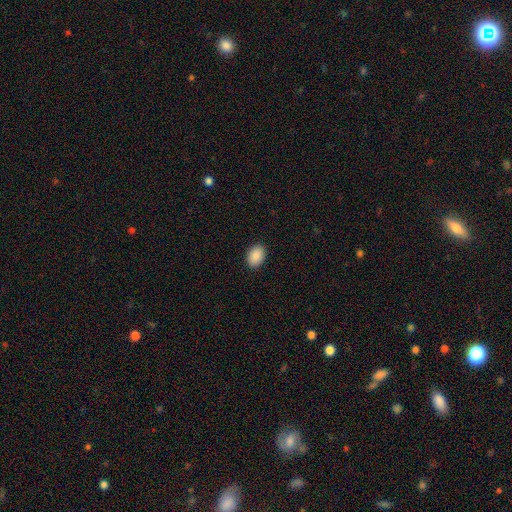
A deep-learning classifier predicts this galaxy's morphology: A smooth galaxy with no disk features (90%) that is in between round and cigar-shaped (80%).

Vote fractions:
- Smooth or featured? smooth: 90% / star or artifact: 7% / featured or disk: 3%
- How rounded? in between: 80% / round: 19% / cigar-shaped: 1%
- Merging? none: 90% / minor disturbance: 7% / major disturbance: 2% / merger: 1%